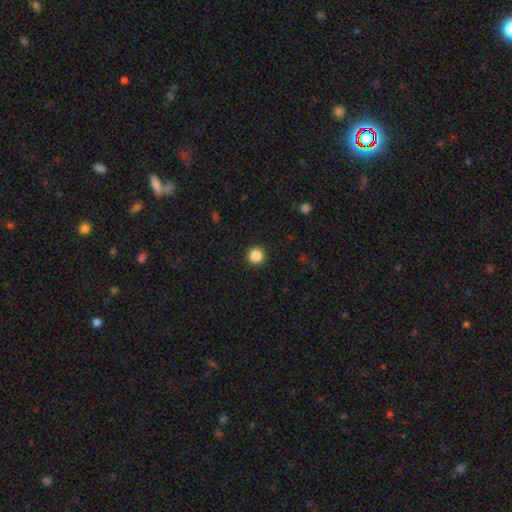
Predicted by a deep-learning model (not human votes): Overall: smooth (87%). How rounded: round (96%). Merging: none (93%).